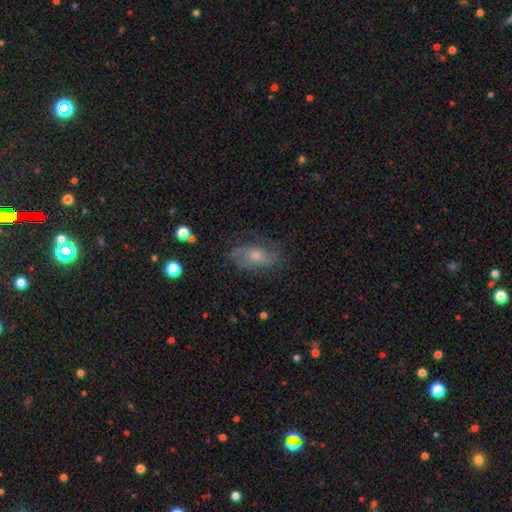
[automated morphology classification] featured or disk 72%, smooth 17%, star or artifact 11%. Down the decision tree: edge-on disk — no (95%); bar — no (69%); spiral arms — yes (90%); spiral arm count — 2 (58%); spiral winding — medium (46%); bulge size — moderate (54%); merging — none (72%).